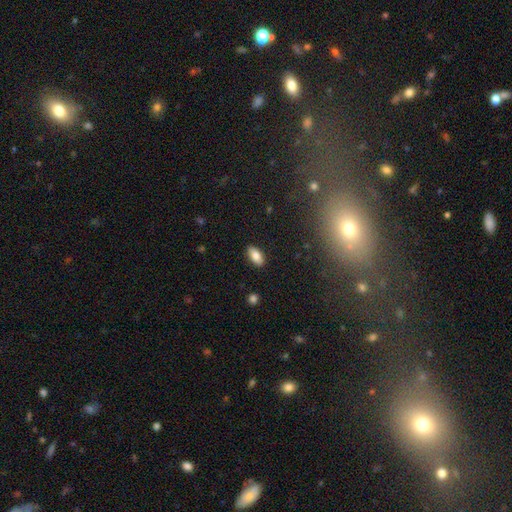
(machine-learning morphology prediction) Smooth or featured? Predicted: smooth (p=0.81). How rounded? Predicted: in between (p=0.89). Merging? Predicted: none (p=0.88).